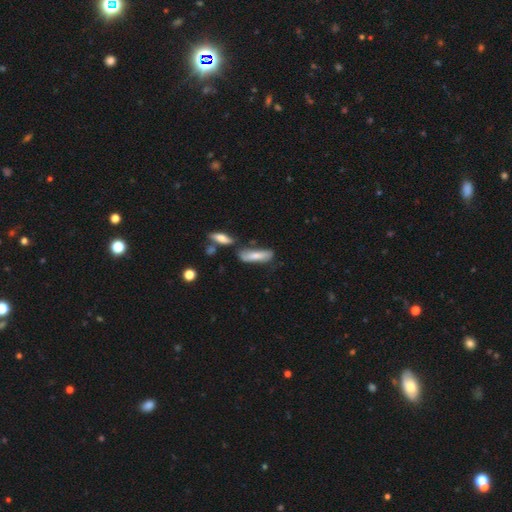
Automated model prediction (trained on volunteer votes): Smooth or featured? smooth (71%)
How rounded? cigar-shaped (54%)
Merging? none (56%)